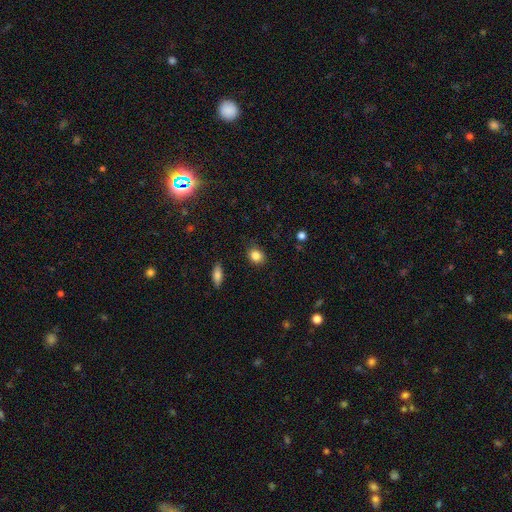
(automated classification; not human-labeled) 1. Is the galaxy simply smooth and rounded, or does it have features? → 85% smooth, 10% star or artifact, 5% featured or disk.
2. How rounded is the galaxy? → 59% round, 40% in between, 1% cigar-shaped.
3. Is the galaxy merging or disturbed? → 84% none, 12% minor disturbance, 3% major disturbance, 1% merger.